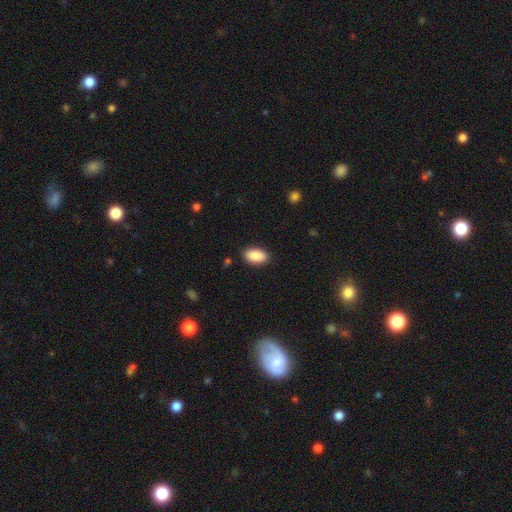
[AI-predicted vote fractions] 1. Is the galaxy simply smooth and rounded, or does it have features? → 89% smooth, 7% star or artifact, 4% featured or disk.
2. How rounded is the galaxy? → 93% in between, 4% round, 3% cigar-shaped.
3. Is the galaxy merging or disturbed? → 88% none, 8% minor disturbance, 2% major disturbance, 1% merger.